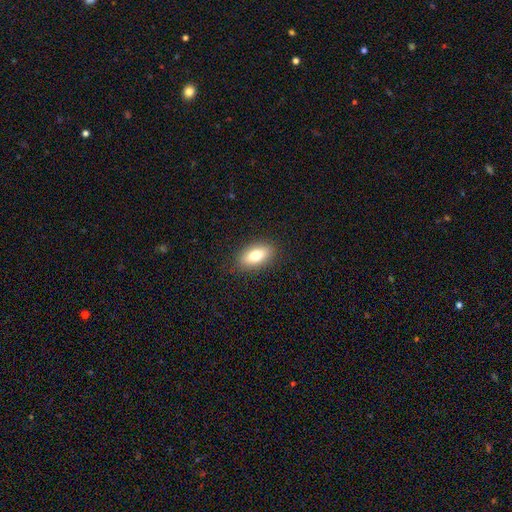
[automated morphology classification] Smooth or featured?
  - smooth: 78% *
  - featured or disk: 14%
  - star or artifact: 8%
How rounded?
  - in between: 88% *
  - cigar-shaped: 7%
  - round: 5%
Merging?
  - none: 88% *
  - minor disturbance: 9%
  - major disturbance: 2%
  - merger: 1%